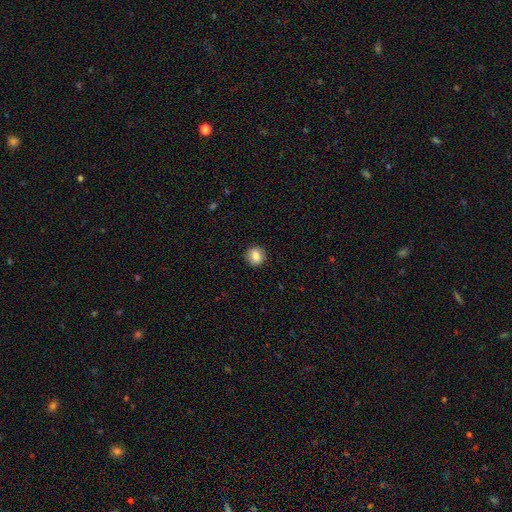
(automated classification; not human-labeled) Smooth or featured? Predicted: smooth (p=0.82). How rounded? Predicted: round (p=0.84). Merging? Predicted: none (p=0.89).